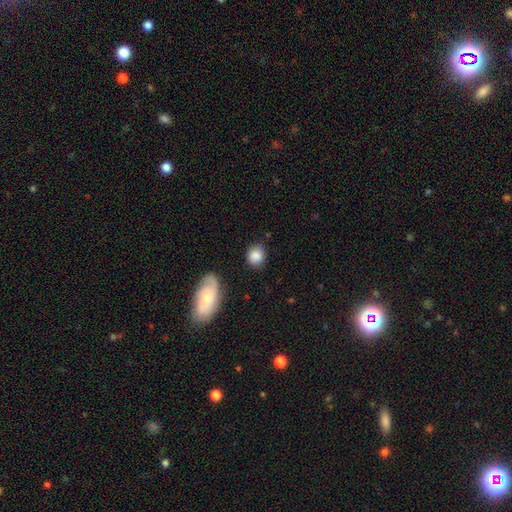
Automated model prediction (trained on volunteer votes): smooth_or_featured: smooth (p=0.84) [alt: featured or disk p=0.08]
how_rounded: round (p=0.73) [alt: in between p=0.25]
merging: none (p=0.78) [alt: minor disturbance p=0.15]